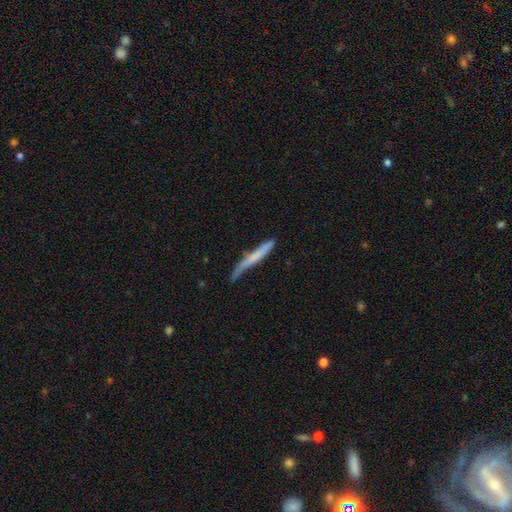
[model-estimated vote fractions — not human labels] Smooth or featured?
  - smooth: 58% *
  - featured or disk: 36%
  - star or artifact: 6%
How rounded?
  - cigar-shaped: 96% *
  - in between: 3%
  - round: 1%
Merging?
  - none: 54% *
  - minor disturbance: 33%
  - major disturbance: 9%
  - merger: 4%